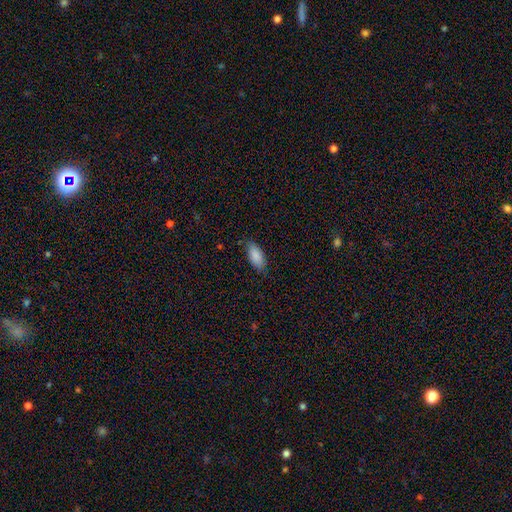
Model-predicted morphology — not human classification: This is clearly a smooth galaxy (89%). How rounded: clearly in between (88%). Merging: clearly none (82%).